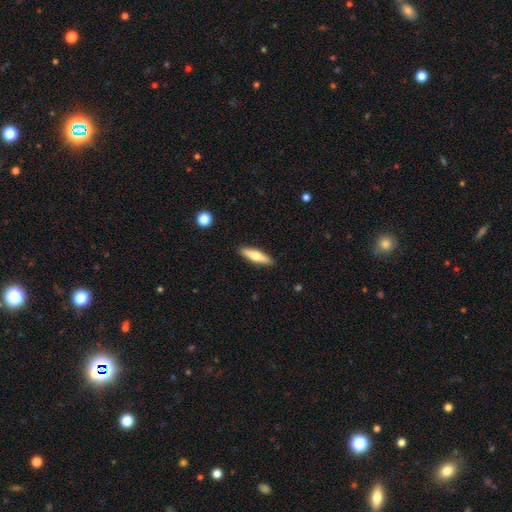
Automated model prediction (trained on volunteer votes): A smooth galaxy with no disk features (57%) that is cigar-shaped (72%). Merging: none (90%).